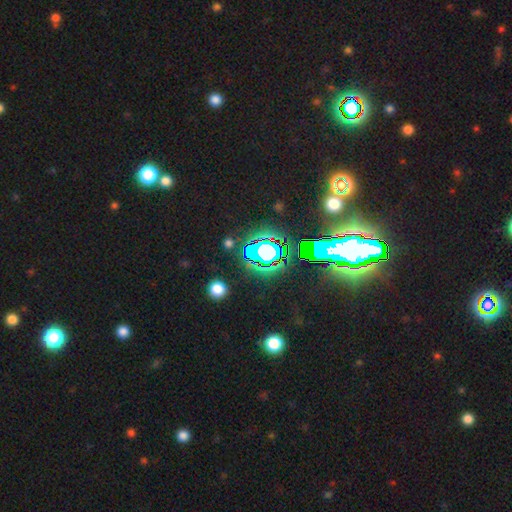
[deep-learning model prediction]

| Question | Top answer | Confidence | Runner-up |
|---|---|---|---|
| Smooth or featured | star or artifact | 84% | smooth (9%) |